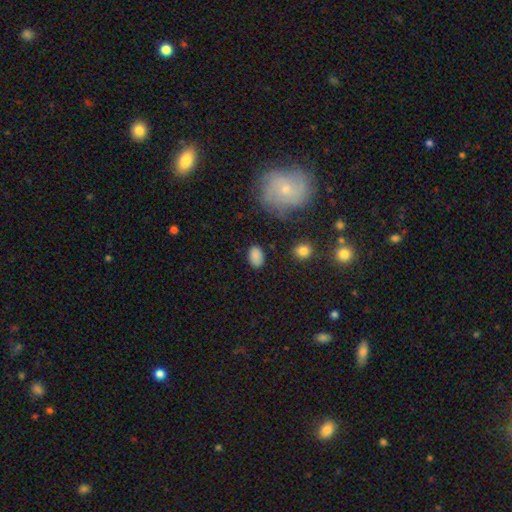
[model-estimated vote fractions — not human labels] Overall: smooth (84%). How rounded: in between (85%). Merging: none (79%).